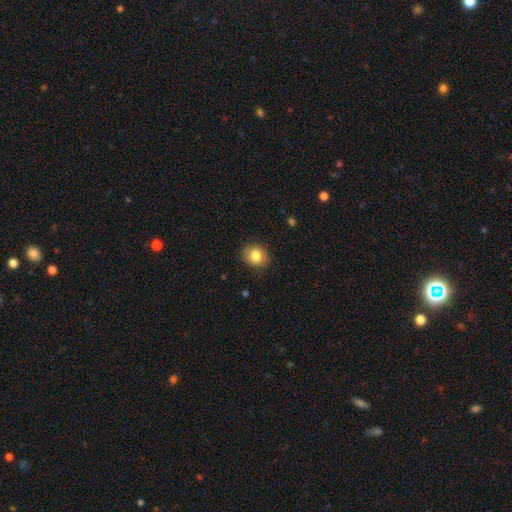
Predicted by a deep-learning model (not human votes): A smooth galaxy with no disk features (83%) that is round (72%). Merging: none (85%).